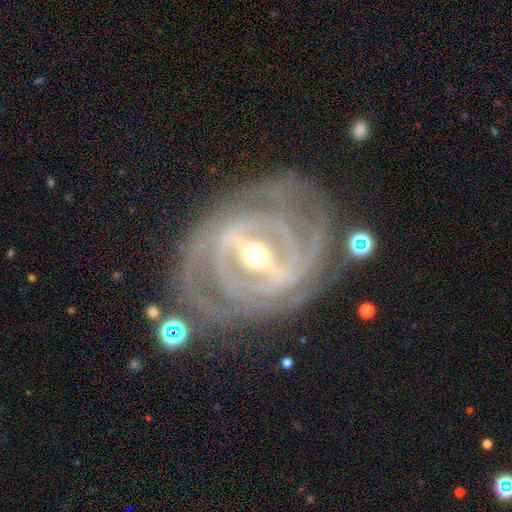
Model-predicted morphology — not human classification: Smooth or featured?
  - featured or disk: 91% *
  - star or artifact: 5%
  - smooth: 5%
Edge-on disk?
  - no: 94% *
  - yes: 6%
Bar?
  - strong: 72% *
  - weak: 20%
  - no: 8%
Spiral arms?
  - yes: 93% *
  - no: 7%
Spiral winding?
  - tight: 76% *
  - medium: 19%
  - loose: 5%
Spiral arm count?
  - can't tell: 26% *
  - 2: 22%
  - 3: 21%
  - 4: 16%
  - more than 4: 8%
  - 1: 7%
Bulge size?
  - moderate: 54% *
  - small: 41%
  - large: 3%
  - dominant: 1%
  - none: 1%
Merging?
  - none: 74% *
  - minor disturbance: 15%
  - major disturbance: 8%
  - merger: 3%